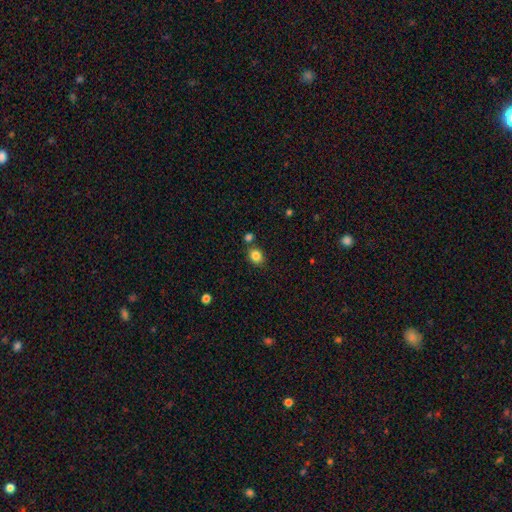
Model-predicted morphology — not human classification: Q: Smooth or featured?
A: smooth (84%); runner-up: star or artifact (11%)
Q: How rounded?
A: round (56%); runner-up: in between (43%)
Q: Merging?
A: none (75%); runner-up: minor disturbance (12%)